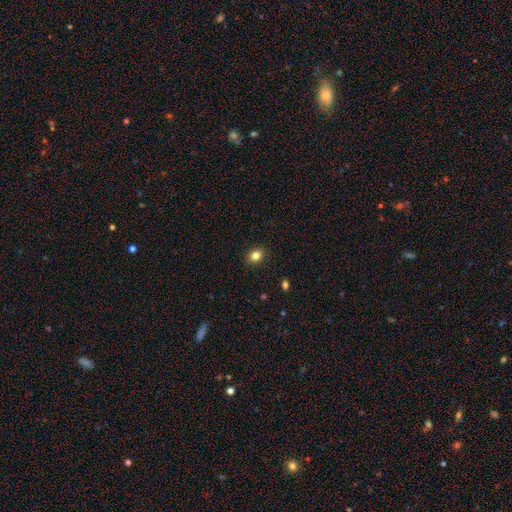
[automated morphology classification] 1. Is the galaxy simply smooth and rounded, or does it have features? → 83% smooth, 11% star or artifact, 6% featured or disk.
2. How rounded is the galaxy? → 55% in between, 44% round, 1% cigar-shaped.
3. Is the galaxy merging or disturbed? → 89% none, 8% minor disturbance, 2% major disturbance, 1% merger.